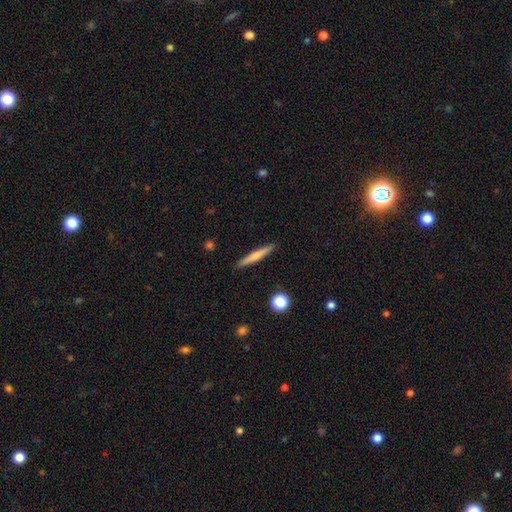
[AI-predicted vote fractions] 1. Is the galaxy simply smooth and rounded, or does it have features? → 62% smooth, 32% featured or disk, 6% star or artifact.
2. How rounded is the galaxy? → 95% cigar-shaped, 4% in between, 2% round.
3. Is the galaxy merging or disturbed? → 91% none, 6% minor disturbance, 1% major disturbance, 1% merger.